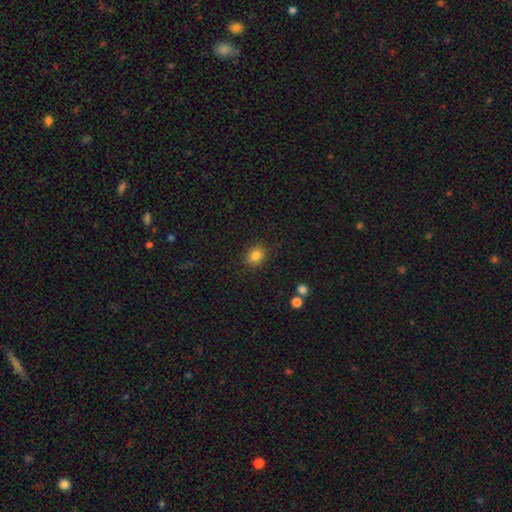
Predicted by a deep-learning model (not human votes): smooth 83%, star or artifact 11%, featured or disk 6%. Down the decision tree: how rounded — round (65%); merging — none (86%).